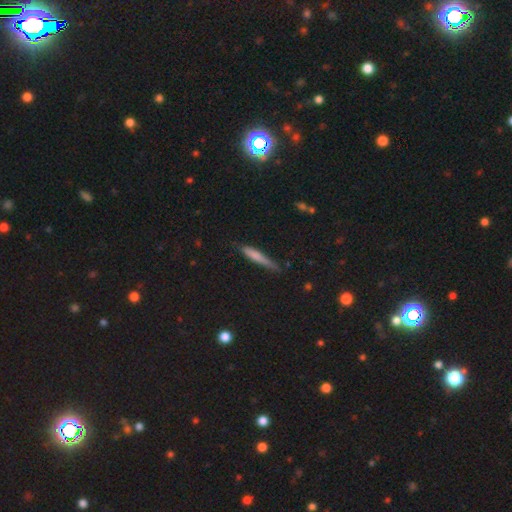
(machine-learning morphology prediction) smooth 70%, featured or disk 23%, star or artifact 7%. Down the decision tree: how rounded — cigar-shaped (92%); merging — none (68%).